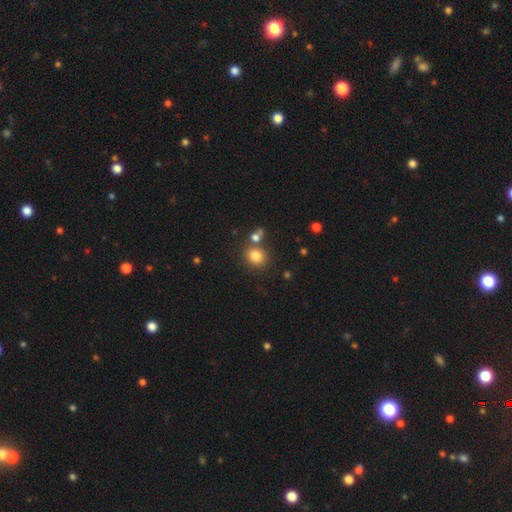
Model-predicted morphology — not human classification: Smooth or featured? Predicted: smooth (p=0.81). How rounded? Predicted: round (p=0.76). Merging? Predicted: none (p=0.65).